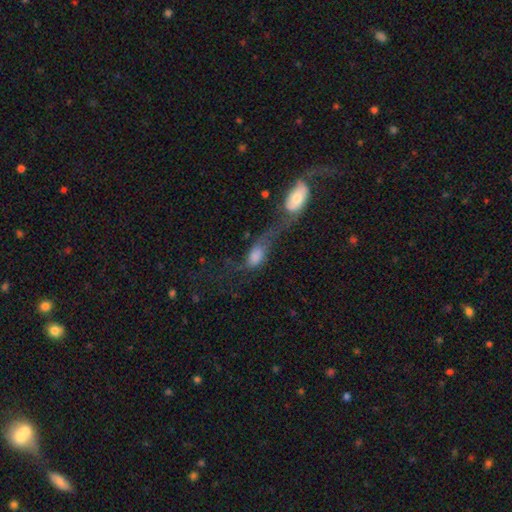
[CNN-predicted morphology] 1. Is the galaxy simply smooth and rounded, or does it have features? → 53% smooth, 36% featured or disk, 11% star or artifact.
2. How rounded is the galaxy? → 77% in between, 12% round, 11% cigar-shaped.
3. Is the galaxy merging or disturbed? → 65% merger, 19% major disturbance, 9% none, 7% minor disturbance.